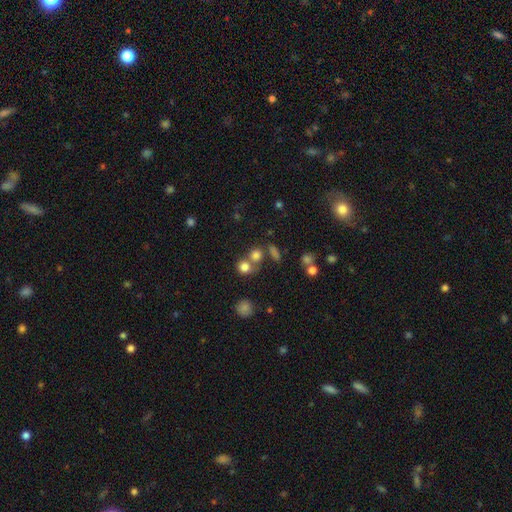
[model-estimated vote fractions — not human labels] Smooth or featured? Predicted: smooth (p=0.75). How rounded? Predicted: round (p=0.82). Merging? Predicted: none (p=0.52).